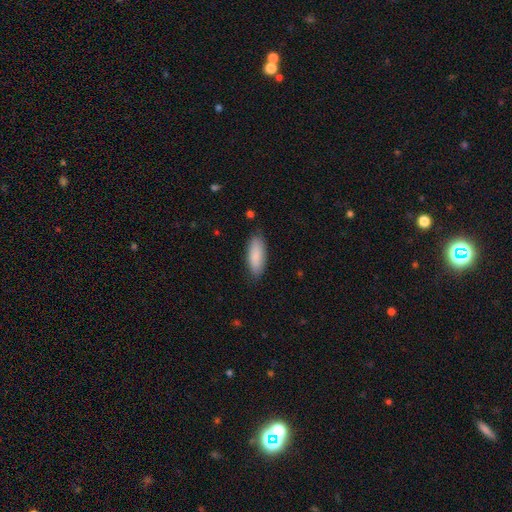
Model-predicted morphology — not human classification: The model was most divided on "how rounded": in between: 69%, cigar-shaped: 29%, round: 2%. More confident: smooth or featured — smooth (87%); merging — none (84%).